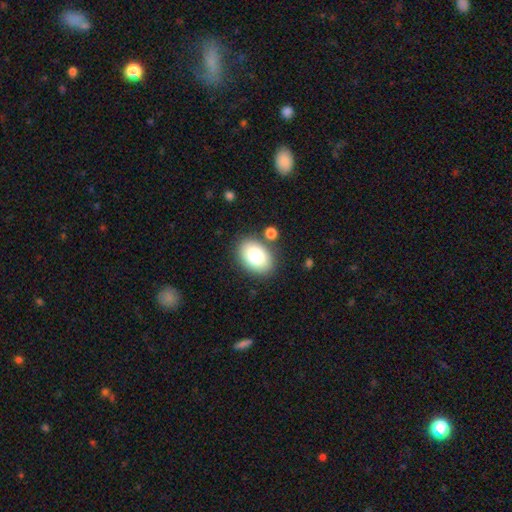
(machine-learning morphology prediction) This is clearly a smooth galaxy (84%). How rounded: clearly in between (85%). Merging: clearly none (81%).